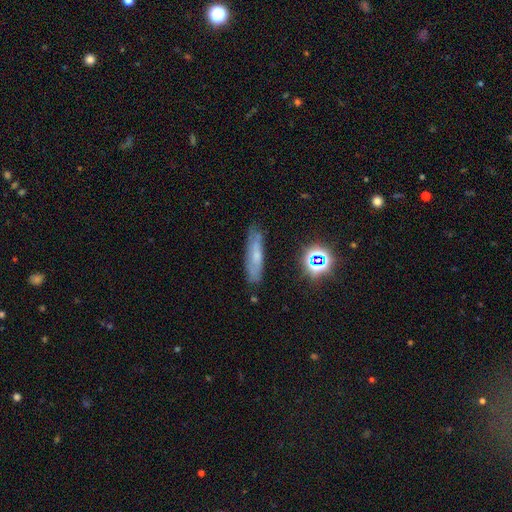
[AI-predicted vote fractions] Smooth or featured: smooth — 48% (featured or disk — 37%)
Merging: none — 73% (minor disturbance — 19%)